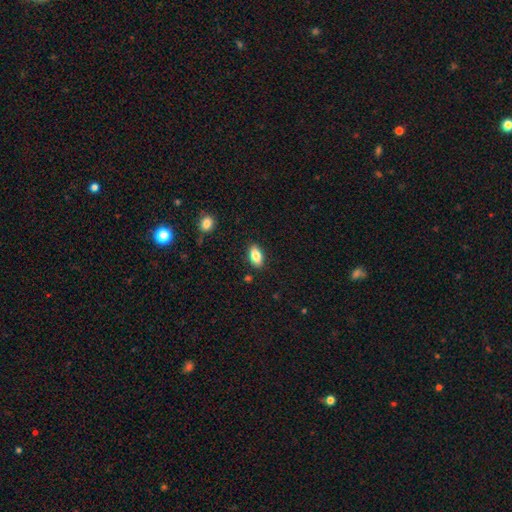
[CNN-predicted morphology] Q: Smooth or featured?
A: smooth (82%); runner-up: featured or disk (10%)
Q: How rounded?
A: in between (90%); runner-up: cigar-shaped (6%)
Q: Merging?
A: none (87%); runner-up: minor disturbance (10%)